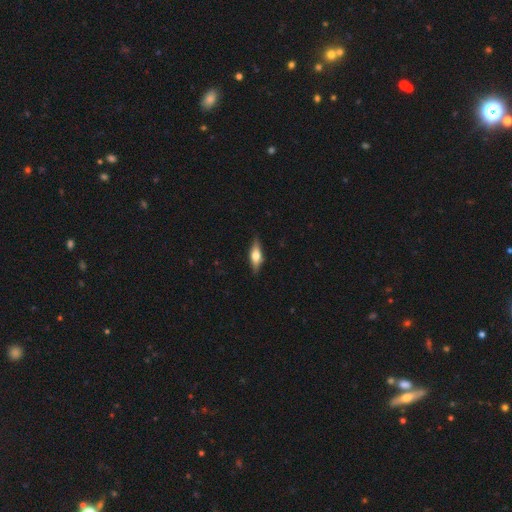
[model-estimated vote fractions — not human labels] smooth_or_featured: smooth (p=0.48) [alt: featured or disk p=0.46]
merging: none (p=0.84) [alt: minor disturbance p=0.13]